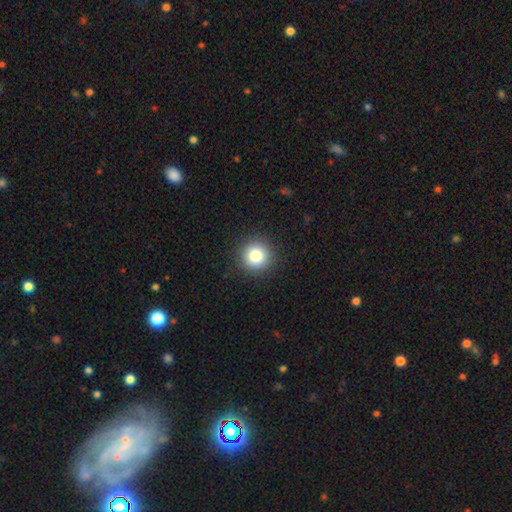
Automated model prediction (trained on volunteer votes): Smooth or featured: smooth — 82% (star or artifact — 11%)
How rounded: round — 95% (in between — 4%)
Merging: none — 92% (minor disturbance — 5%)